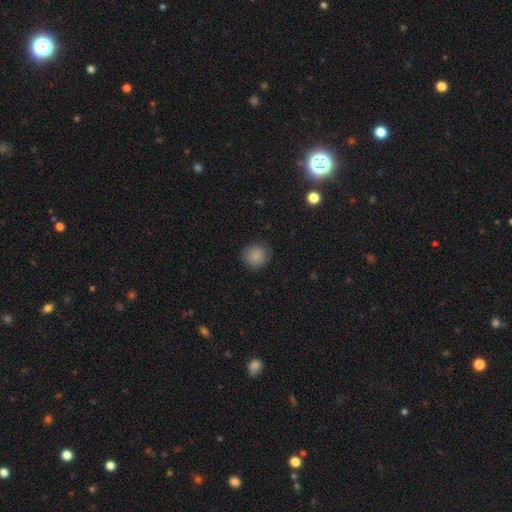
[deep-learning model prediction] Morphology: type=smooth (86%); roundness=round (88%); merging=none (86%).